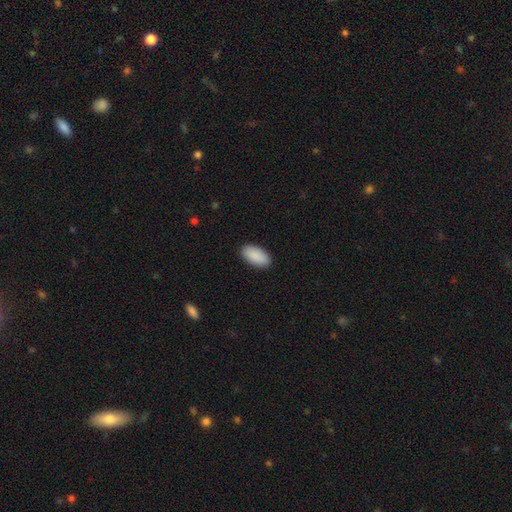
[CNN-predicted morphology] Overall: smooth (91%). How rounded: in between (94%). Merging: none (90%).